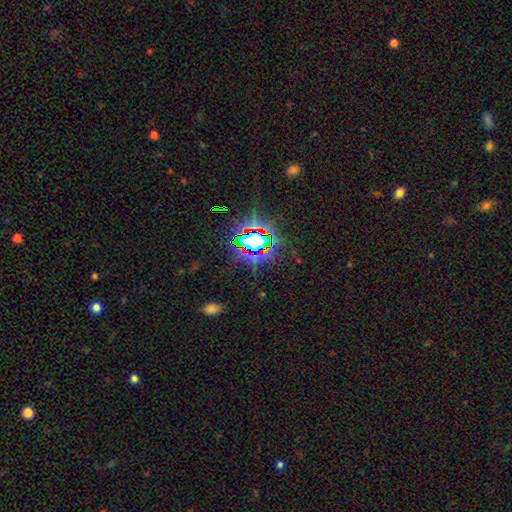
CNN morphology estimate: Q: Smooth or featured?
A: star or artifact (79%); runner-up: smooth (12%)